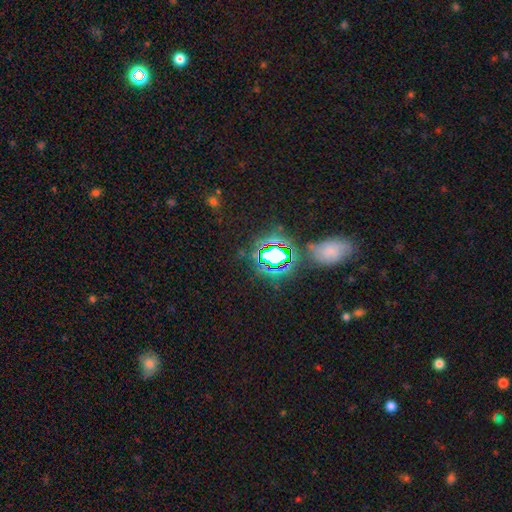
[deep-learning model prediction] Smooth or featured?
  - star or artifact: 77% *
  - smooth: 15%
  - featured or disk: 8%